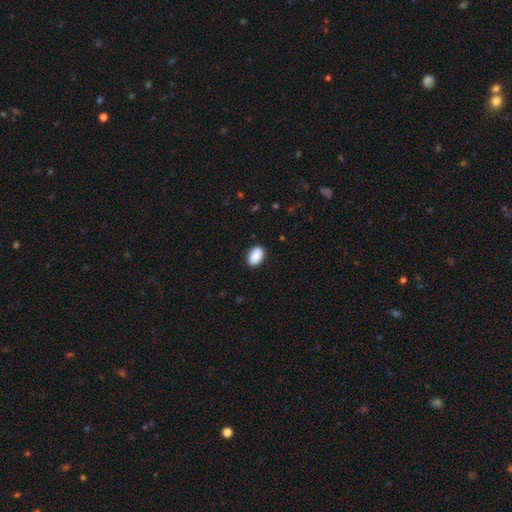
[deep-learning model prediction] Smooth or featured? smooth (91%)
How rounded? in between (91%)
Merging? none (89%)